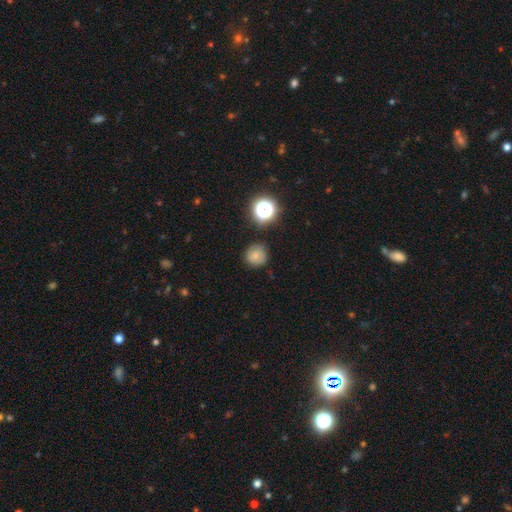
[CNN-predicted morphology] Smooth or featured? Predicted: smooth (p=0.77). How rounded? Predicted: round (p=0.92). Merging? Predicted: none (p=0.83).